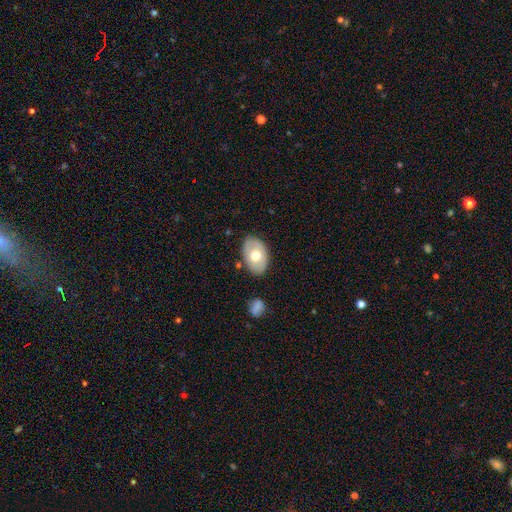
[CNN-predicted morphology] smooth-or-featured: smooth: 62% | featured or disk: 32% | star or artifact: 6%
  how-rounded: in between: 88% | round: 11% | cigar-shaped: 1%
  merging: none: 82% | minor disturbance: 12% | merger: 3% | major disturbance: 3%